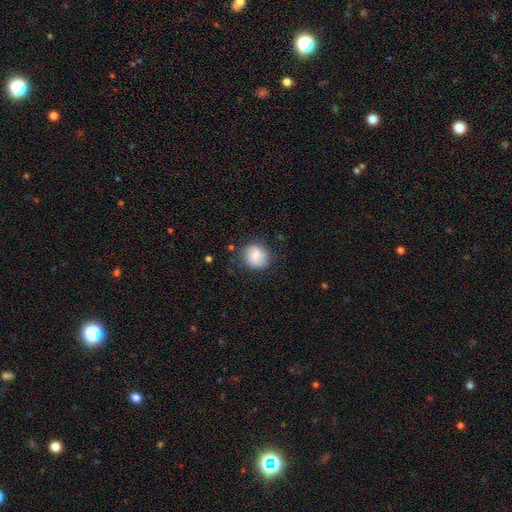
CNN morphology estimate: type=smooth (68%); roundness=round (80%); merging=none (74%).